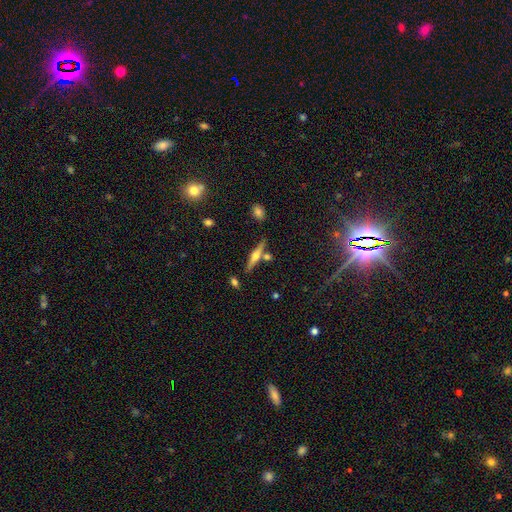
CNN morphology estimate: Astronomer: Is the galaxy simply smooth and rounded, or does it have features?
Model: featured or disk — 62%.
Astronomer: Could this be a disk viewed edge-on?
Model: yes — 96%.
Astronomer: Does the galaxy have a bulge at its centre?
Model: rounded — 90%.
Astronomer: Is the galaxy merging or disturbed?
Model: none — 75%.